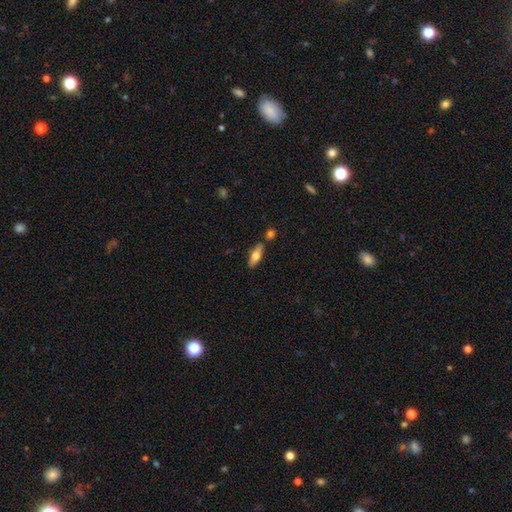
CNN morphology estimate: This appears to be a smooth galaxy with no disk features (60%) that is in between round and cigar-shaped (63%). Merging: none (76%).